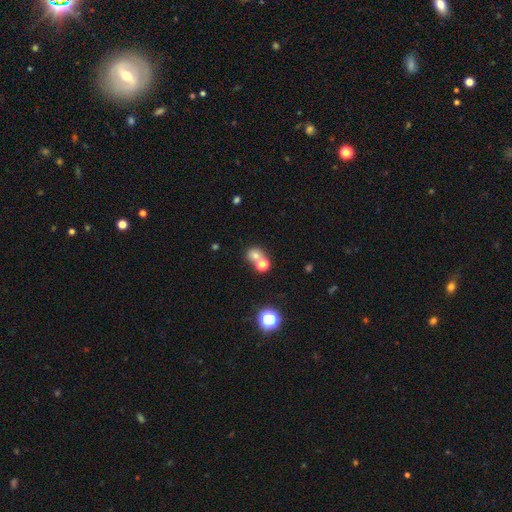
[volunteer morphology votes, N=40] Overall: smooth (85%). How rounded: round (85%). Merging: none (62%; merger 36%).